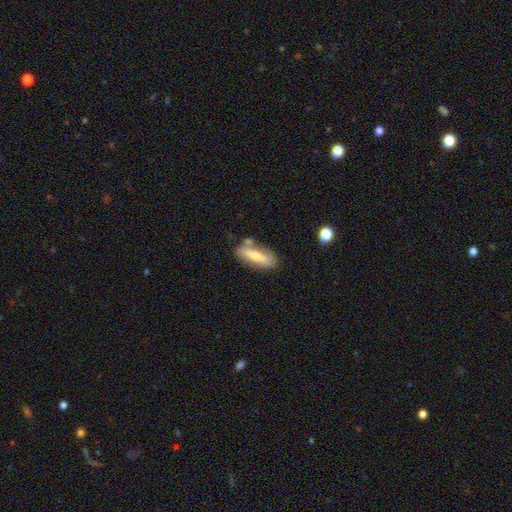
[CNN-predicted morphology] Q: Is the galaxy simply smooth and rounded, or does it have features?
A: smooth — 61%.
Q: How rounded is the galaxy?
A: in between — 51%.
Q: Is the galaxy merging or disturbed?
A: none — 68%.